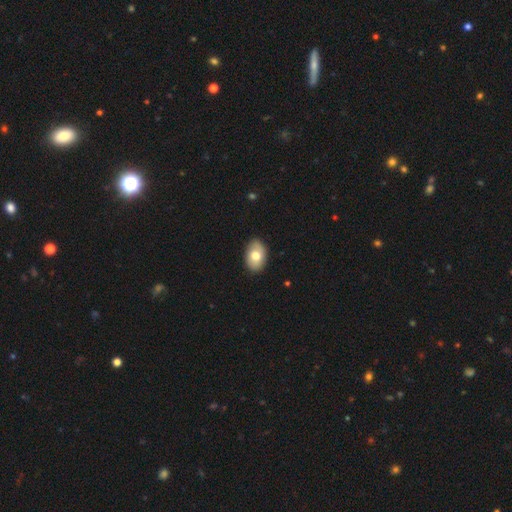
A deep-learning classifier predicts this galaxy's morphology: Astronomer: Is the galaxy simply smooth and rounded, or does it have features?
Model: smooth — 74%.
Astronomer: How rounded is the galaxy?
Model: in between — 88%.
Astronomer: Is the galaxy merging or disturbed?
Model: none — 86%.